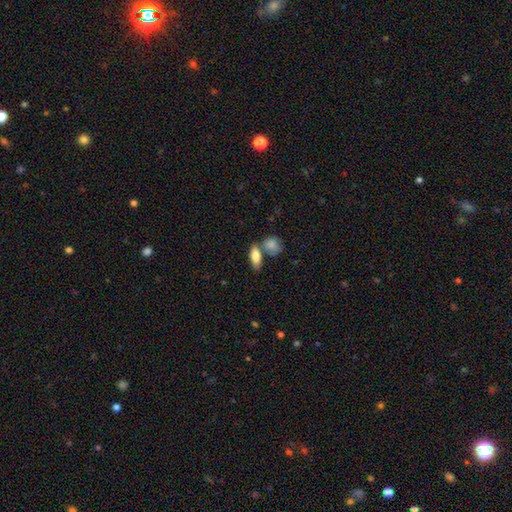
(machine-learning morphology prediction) This is clearly a smooth galaxy (82%). How rounded: likely in between (78%). Merging: possibly none (57%).